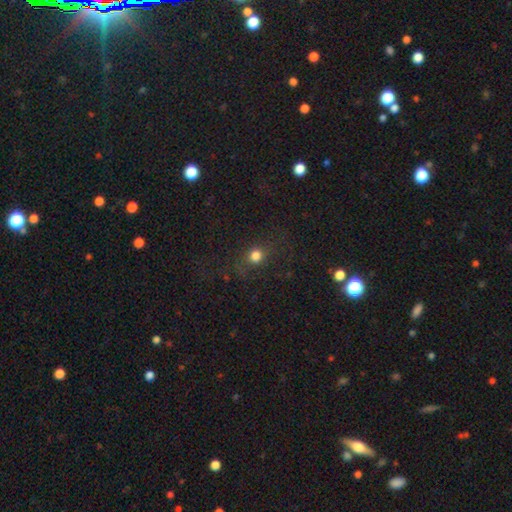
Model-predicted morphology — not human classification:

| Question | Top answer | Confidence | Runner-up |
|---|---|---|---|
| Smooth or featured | smooth | 69% | star or artifact (20%) |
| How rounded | round | 77% | in between (20%) |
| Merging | none | 75% | minor disturbance (13%) |